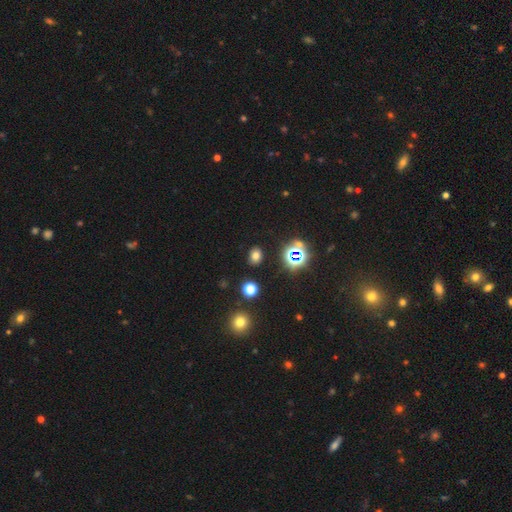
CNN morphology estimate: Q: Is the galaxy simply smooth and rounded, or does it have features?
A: smooth — 69%.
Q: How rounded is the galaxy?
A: in between — 60%.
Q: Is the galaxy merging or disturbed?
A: none — 87%.